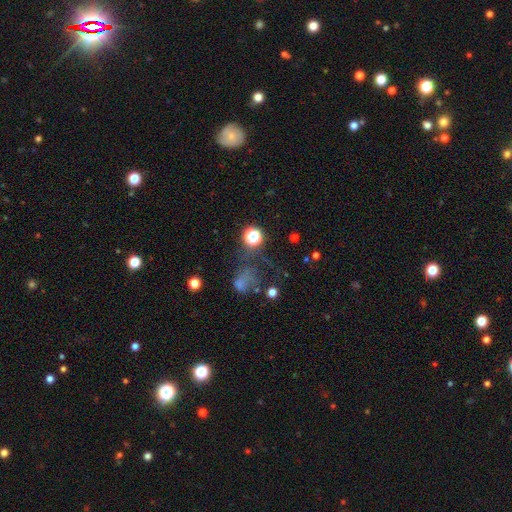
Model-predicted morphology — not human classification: smooth_or_featured: star or artifact (p=0.57) [alt: smooth p=0.30]